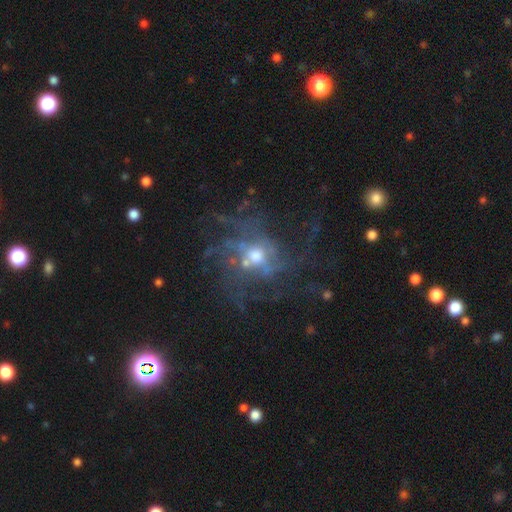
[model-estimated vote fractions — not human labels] Smooth or featured? Predicted: featured or disk (p=0.69). Edge-on disk? Predicted: no (p=0.96). Bar? Predicted: no (p=0.76). Spiral arms? Predicted: yes (p=0.56). Bulge size? Predicted: moderate (p=0.61). Merging? Predicted: none (p=0.47).